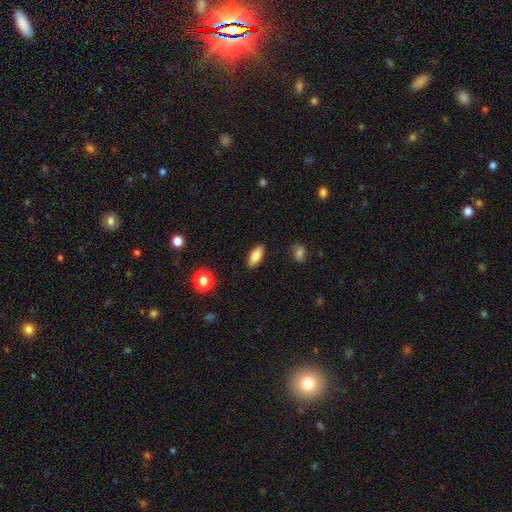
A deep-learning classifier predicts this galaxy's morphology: Q: Smooth or featured?
A: smooth (81%); runner-up: featured or disk (12%)
Q: How rounded?
A: in between (83%); runner-up: cigar-shaped (14%)
Q: Merging?
A: none (88%); runner-up: minor disturbance (8%)